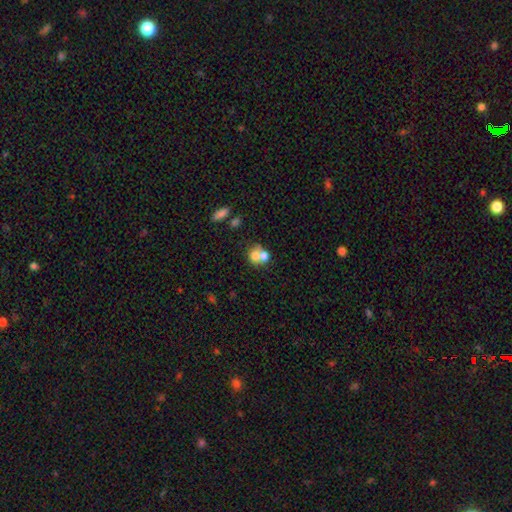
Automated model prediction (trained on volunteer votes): The model was most divided on "merging": merger: 60%, none: 29%, minor disturbance: 7%, major disturbance: 4%. More confident: how rounded — round (67%); smooth or featured — smooth (67%).